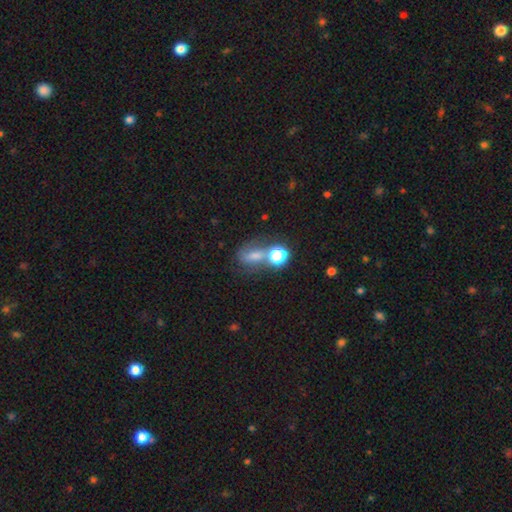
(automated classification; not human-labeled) Smooth or featured? Predicted: smooth (p=0.45). Merging? Predicted: none (p=0.43).